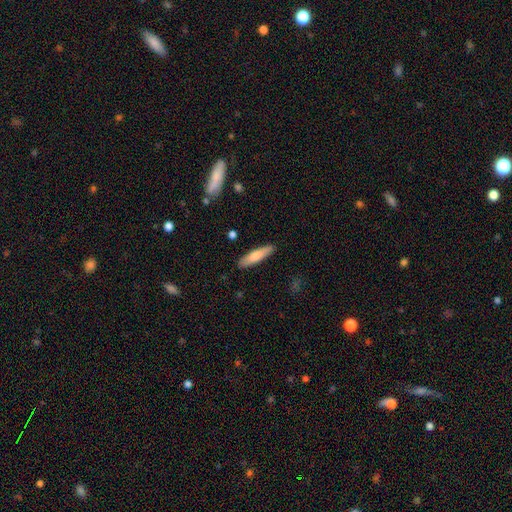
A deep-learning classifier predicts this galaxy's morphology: Overall: smooth (72%). How rounded: cigar-shaped (80%). Merging: none (88%).